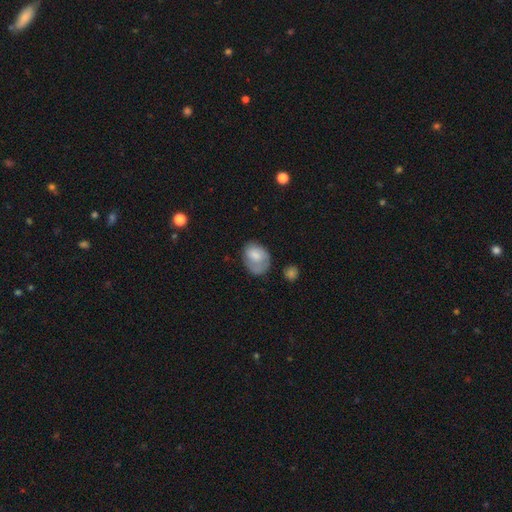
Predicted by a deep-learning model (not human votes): smooth_or_featured: smooth (p=0.71) [alt: featured or disk p=0.21]
how_rounded: in between (p=0.71) [alt: round p=0.28]
merging: none (p=0.47) [alt: minor disturbance p=0.31]